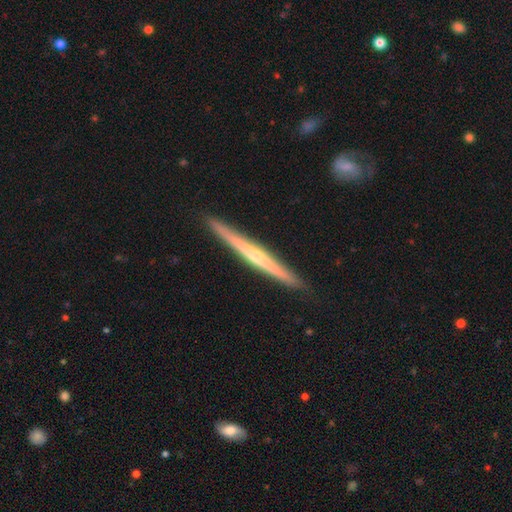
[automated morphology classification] A featured or disk galaxy (72%) viewed edge-on (98%) with a rounded central bulge (61%).

Vote fractions:
- Smooth or featured? featured or disk: 72% / smooth: 23% / star or artifact: 5%
- Edge-on disk? yes: 98% / no: 2%
- Edge-on bulge? rounded: 61% / none: 34% / boxy: 5%
- Merging? none: 91% / minor disturbance: 6% / major disturbance: 1% / merger: 1%